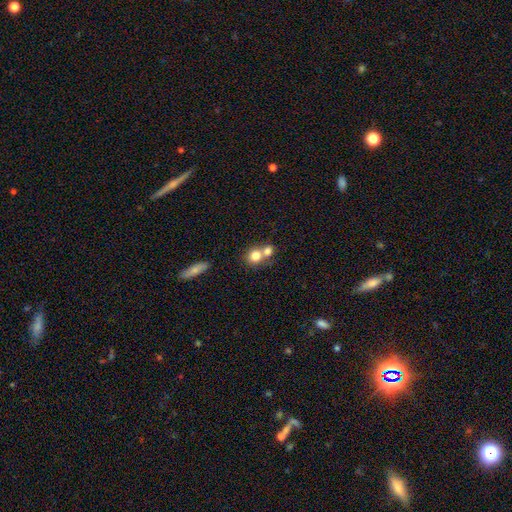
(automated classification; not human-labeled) Smooth or featured?
  - smooth: 78% *
  - featured or disk: 13%
  - star or artifact: 9%
How rounded?
  - round: 77% *
  - in between: 21%
  - cigar-shaped: 1%
Merging?
  - merger: 57% *
  - none: 34%
  - minor disturbance: 6%
  - major disturbance: 3%